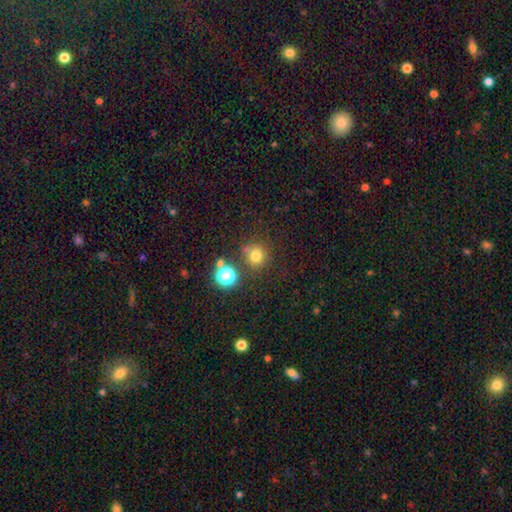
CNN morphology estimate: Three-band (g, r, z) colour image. It shows a smooth galaxy with no disk features (72%) that is round (91%). Merging: none (73%).